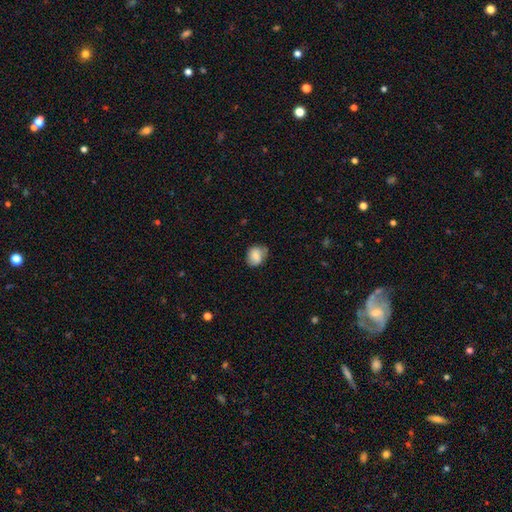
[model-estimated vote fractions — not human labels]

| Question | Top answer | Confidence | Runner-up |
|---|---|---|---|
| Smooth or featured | smooth | 77% | featured or disk (15%) |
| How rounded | round | 51% | in between (48%) |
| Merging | none | 62% | minor disturbance (28%) |